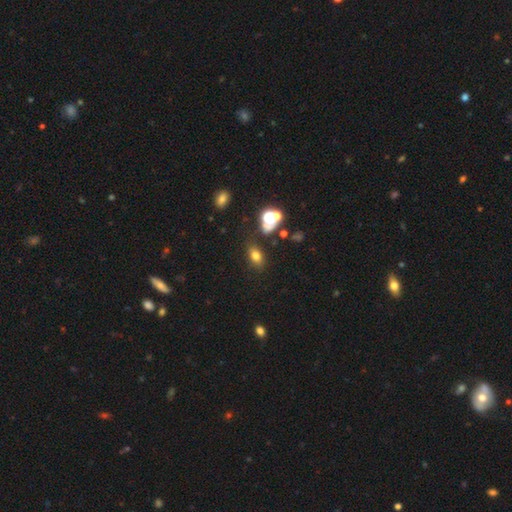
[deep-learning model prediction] This appears to be a smooth galaxy with no disk features (69%) that is in between round and cigar-shaped (77%). Merging: none (78%).